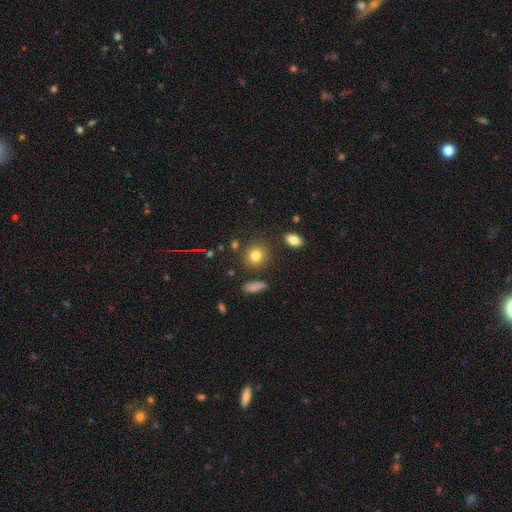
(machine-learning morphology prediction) Smooth or featured? smooth (80%)
How rounded? round (78%)
Merging? none (82%)